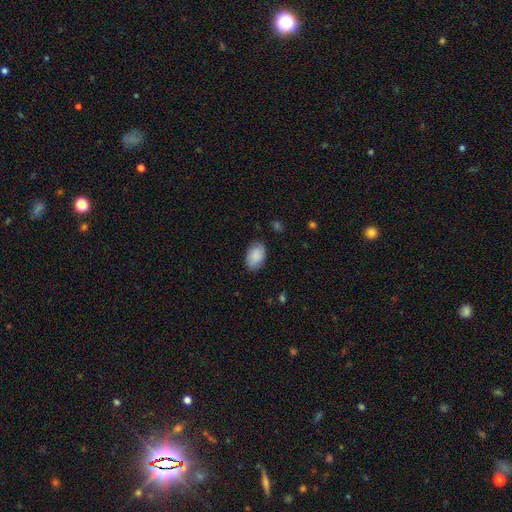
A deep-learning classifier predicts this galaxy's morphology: A smooth galaxy with no disk features (89%) that is in between round and cigar-shaped (90%).

Vote fractions:
- Smooth or featured? smooth: 89% / star or artifact: 6% / featured or disk: 4%
- How rounded? in between: 90% / round: 9% / cigar-shaped: 1%
- Merging? none: 85% / minor disturbance: 12% / major disturbance: 3% / merger: 1%